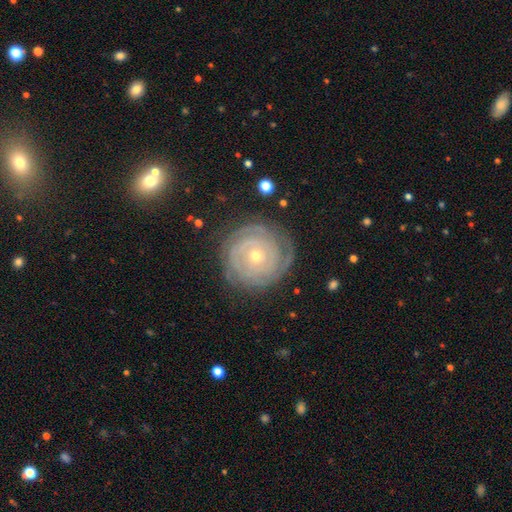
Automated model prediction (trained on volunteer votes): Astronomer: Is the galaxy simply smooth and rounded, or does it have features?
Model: featured or disk — 83%.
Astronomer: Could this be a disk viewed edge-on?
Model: no — 97%.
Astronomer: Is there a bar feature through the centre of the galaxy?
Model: no — 81%.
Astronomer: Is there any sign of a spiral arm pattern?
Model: yes — 94%.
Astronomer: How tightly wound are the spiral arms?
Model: tight — 86%.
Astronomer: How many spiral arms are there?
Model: can't tell — 33% (runner-up: 2, 23%).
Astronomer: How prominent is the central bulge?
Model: small — 64%.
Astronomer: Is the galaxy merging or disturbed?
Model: none — 79%.